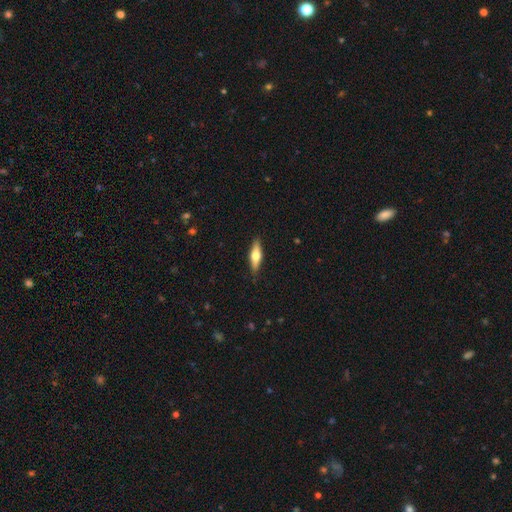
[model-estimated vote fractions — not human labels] Smooth or featured? smooth (48%)
Merging? none (89%)